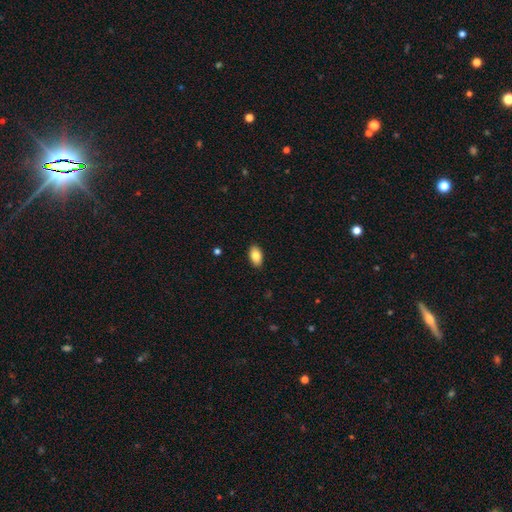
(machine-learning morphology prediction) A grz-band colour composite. It shows a smooth galaxy with no disk features (85%) that is in between round and cigar-shaped (93%). Merging: none (90%).